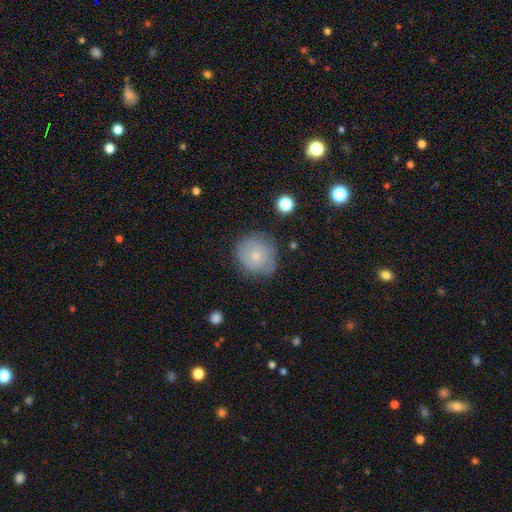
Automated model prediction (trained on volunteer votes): Q: Smooth or featured?
A: smooth (64%); runner-up: featured or disk (27%)
Q: How rounded?
A: round (84%); runner-up: in between (15%)
Q: Merging?
A: none (71%); runner-up: minor disturbance (21%)